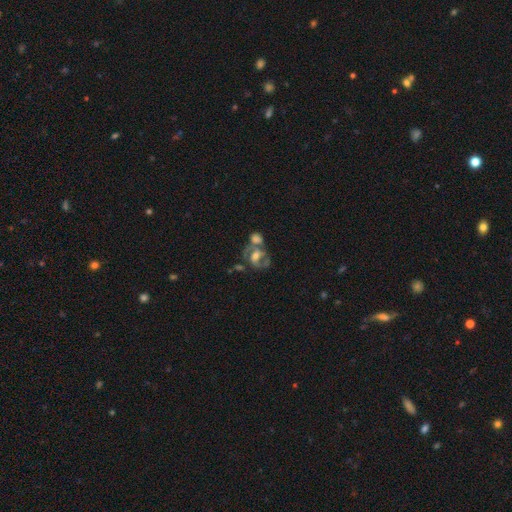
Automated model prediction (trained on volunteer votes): featured or disk 71%, smooth 20%, star or artifact 9%. Down the decision tree: edge-on disk — no (97%); bar — no (43%); spiral arms — yes (79%); spiral arm count — 2 (78%); spiral winding — medium (52%); bulge size — moderate (56%); merging — merger (45%).